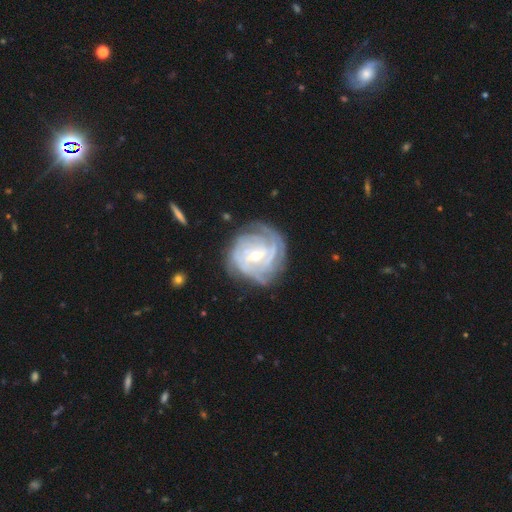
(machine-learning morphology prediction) featured or disk 87%, smooth 8%, star or artifact 5%. Down the decision tree: edge-on disk — no (97%); bar — weak (47%); spiral arms — yes (95%); spiral arm count — can't tell (34%); spiral winding — tight (73%); bulge size — small (51%); merging — none (69%).